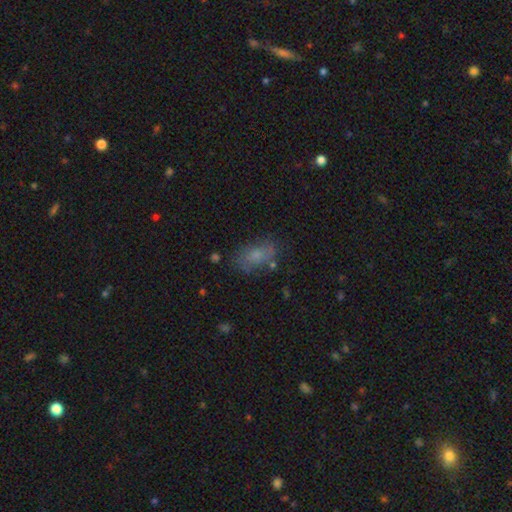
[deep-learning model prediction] Morphology: type=smooth (71%); roundness=in between (87%); merging=none (67%).